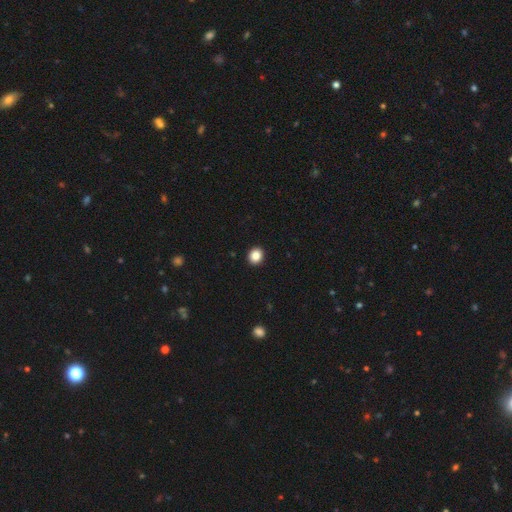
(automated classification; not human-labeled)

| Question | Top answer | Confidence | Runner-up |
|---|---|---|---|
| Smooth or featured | smooth | 86% | star or artifact (10%) |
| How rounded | round | 80% | in between (19%) |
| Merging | none | 93% | minor disturbance (4%) |